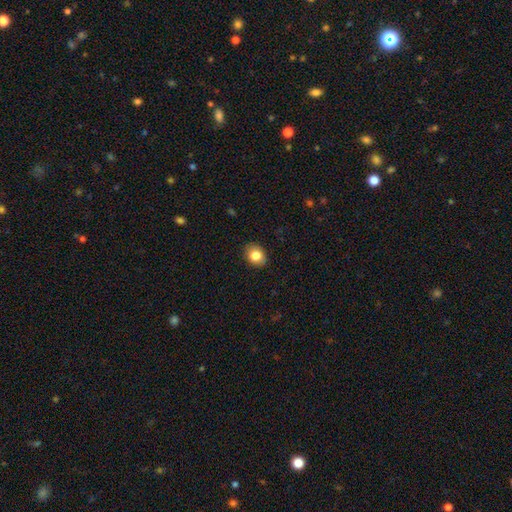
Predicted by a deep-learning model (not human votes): smooth_or_featured: smooth (p=0.83) [alt: star or artifact p=0.09]
how_rounded: in between (p=0.54) [alt: round p=0.45]
merging: none (p=0.88) [alt: minor disturbance p=0.09]